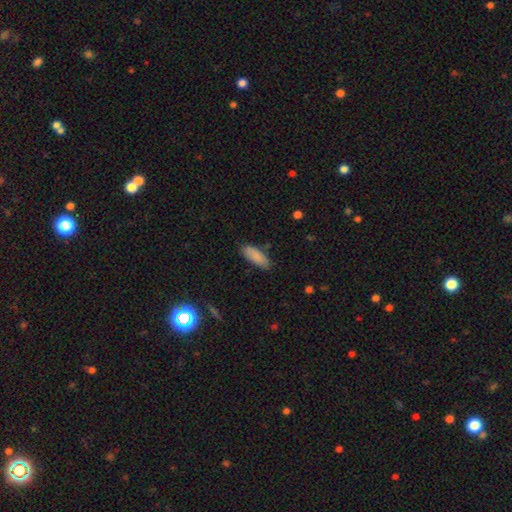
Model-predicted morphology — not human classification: Smooth or featured? smooth (87%)
How rounded? in between (73%)
Merging? none (80%)